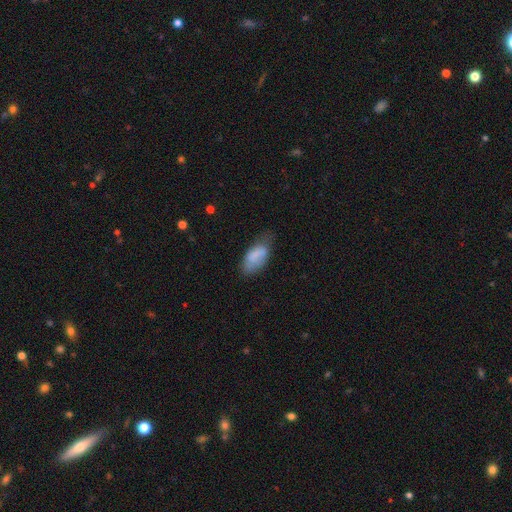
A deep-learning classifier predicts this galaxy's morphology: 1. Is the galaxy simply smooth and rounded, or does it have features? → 75% smooth, 17% featured or disk, 7% star or artifact.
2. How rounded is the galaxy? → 91% in between, 7% cigar-shaped, 2% round.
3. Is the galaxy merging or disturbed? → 48% none, 35% minor disturbance, 13% major disturbance, 3% merger.